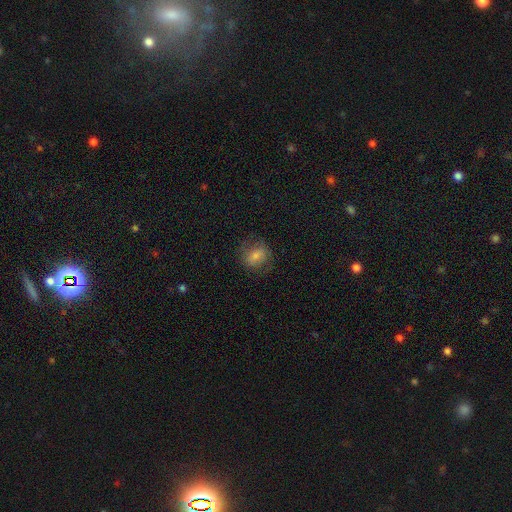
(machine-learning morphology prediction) Overall: smooth (65%). How rounded: round (59%; in between 40%). Merging: none (77%).